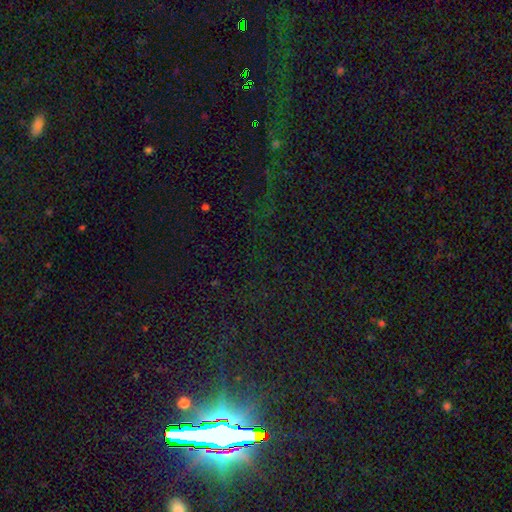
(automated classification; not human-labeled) star or artifact 80%, featured or disk 10%, smooth 9%.